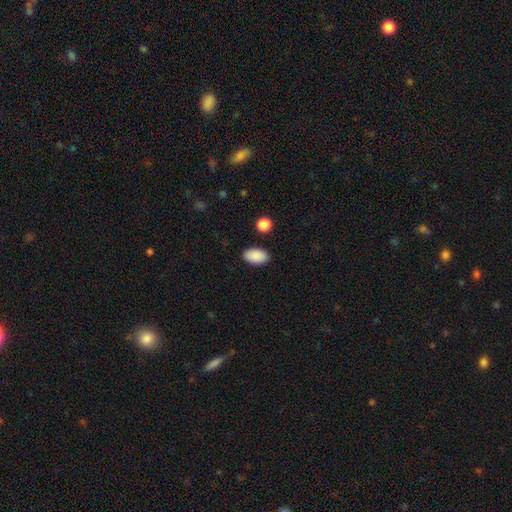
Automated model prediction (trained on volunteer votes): A smooth galaxy with no disk features (90%) that is in between round and cigar-shaped (93%). Merging: none (88%).